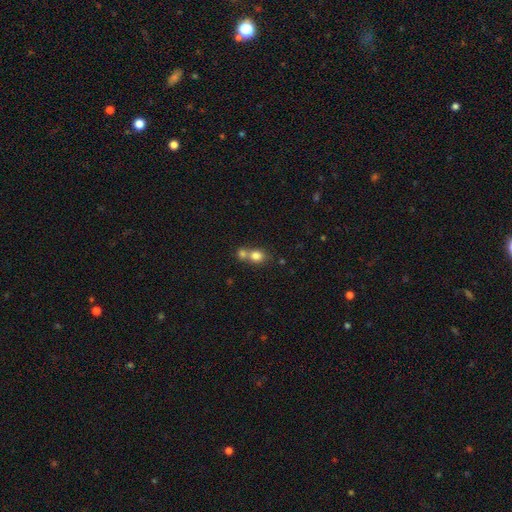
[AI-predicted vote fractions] This appears to be a smooth galaxy with no disk features (81%) that is round (68%). Merging: merger (55%).